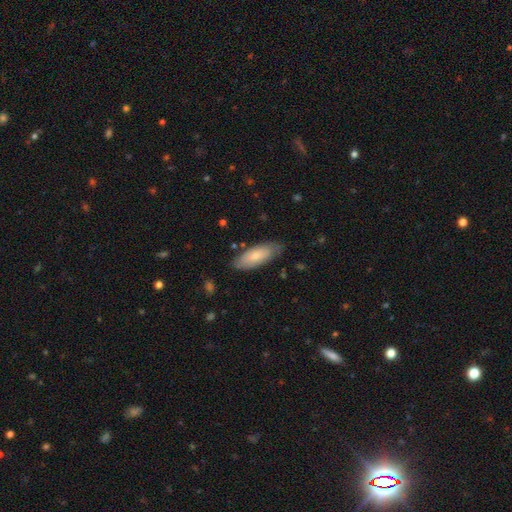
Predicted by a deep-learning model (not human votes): The model was most divided on "how rounded": in between: 73%, cigar-shaped: 25%, round: 2%. More confident: merging — none (78%); smooth or featured — smooth (73%).